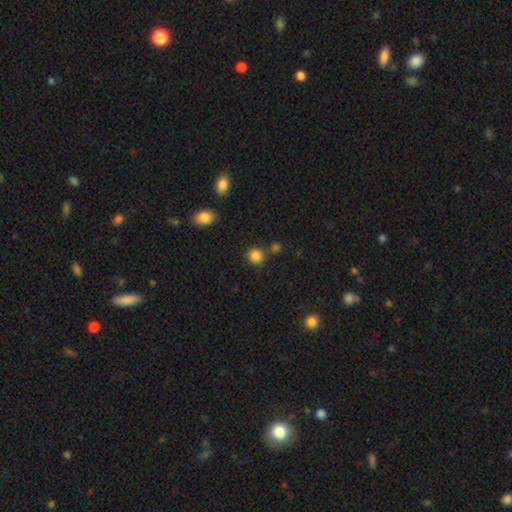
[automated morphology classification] A smooth galaxy with no disk features (84%) that is round (91%).

Vote fractions:
- Smooth or featured? smooth: 84% / star or artifact: 12% / featured or disk: 4%
- How rounded? round: 91% / in between: 8% / cigar-shaped: 1%
- Merging? none: 78% / merger: 10% / minor disturbance: 9% / major disturbance: 3%